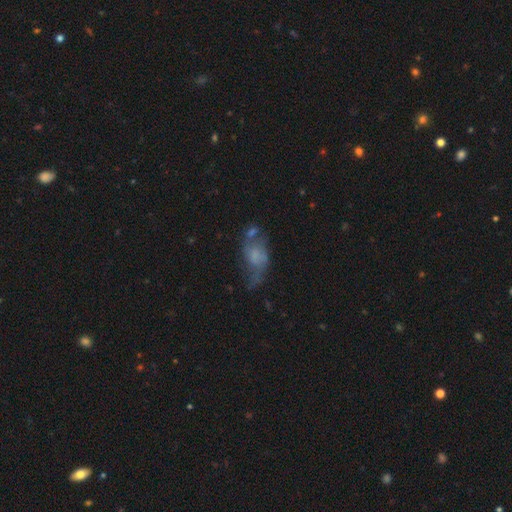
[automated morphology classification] A featured or disk galaxy (48%). Merging: none (33%).